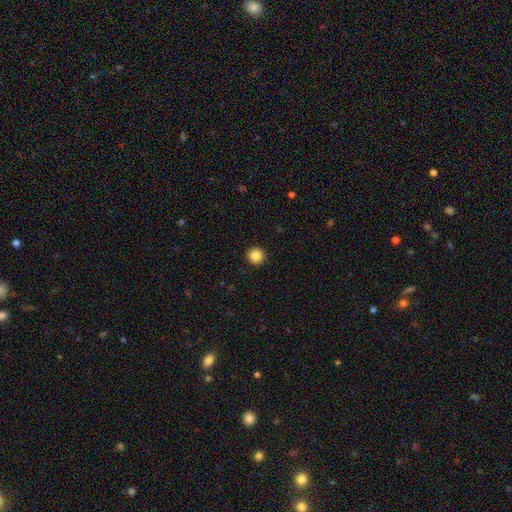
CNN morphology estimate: This is clearly a smooth galaxy (86%). How rounded: clearly round (94%). Merging: clearly none (93%).